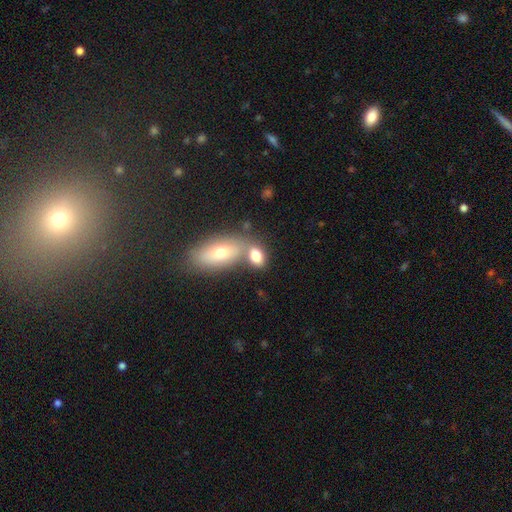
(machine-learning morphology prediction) This is likely a smooth galaxy (75%). How rounded: clearly in between (83%). Merging: marginally merger (44%).